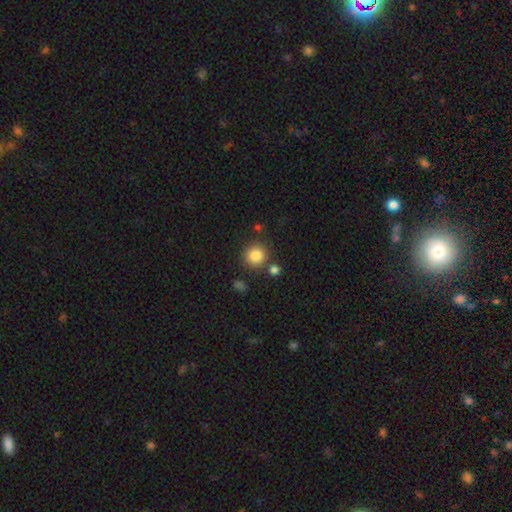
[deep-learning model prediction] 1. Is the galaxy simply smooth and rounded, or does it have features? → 85% smooth, 10% star or artifact, 5% featured or disk.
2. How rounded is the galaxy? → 90% round, 9% in between, 1% cigar-shaped.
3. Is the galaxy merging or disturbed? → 80% none, 9% minor disturbance, 8% merger, 3% major disturbance.